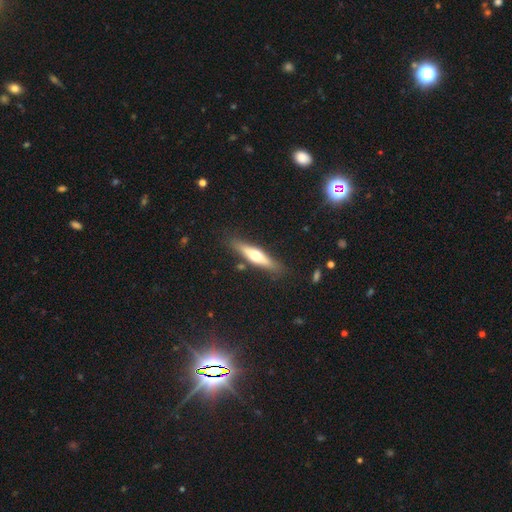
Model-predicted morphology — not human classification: Overall: featured or disk (53%; smooth 41%). Edge-on disk: yes (91%). Merging: none (83%).